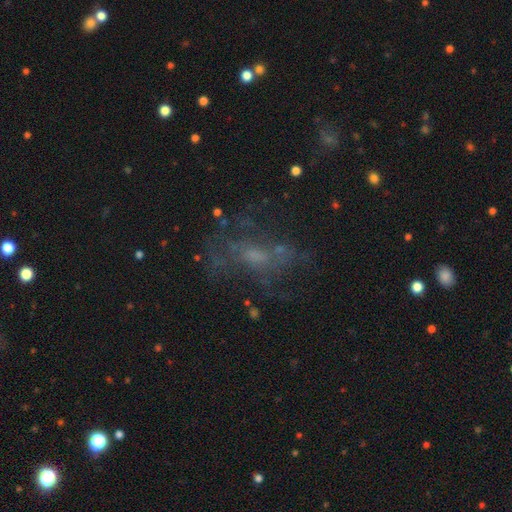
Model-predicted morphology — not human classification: A featured or disk galaxy (49%). Merging: none (52%).